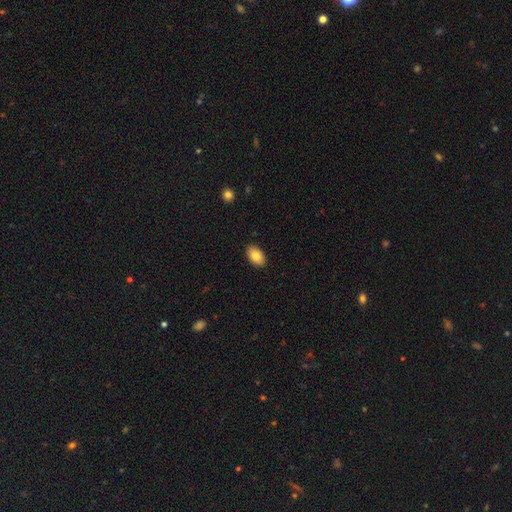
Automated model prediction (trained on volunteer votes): smooth-or-featured: smooth: 83% | featured or disk: 10% | star or artifact: 7%
  how-rounded: in between: 93% | round: 6% | cigar-shaped: 1%
  merging: none: 90% | minor disturbance: 8% | major disturbance: 2% | merger: 1%